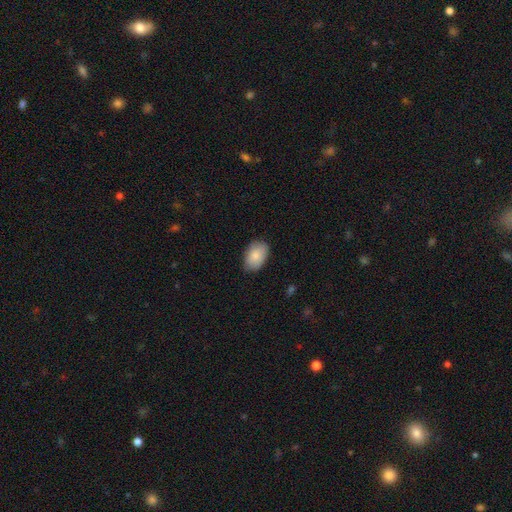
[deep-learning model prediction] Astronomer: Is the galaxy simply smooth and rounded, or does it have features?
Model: smooth — 85%.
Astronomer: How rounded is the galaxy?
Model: in between — 89%.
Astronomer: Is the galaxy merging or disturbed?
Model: none — 81%.